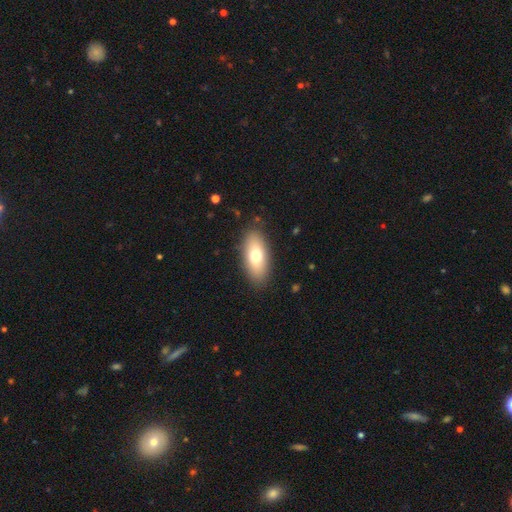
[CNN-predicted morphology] A smooth galaxy with no disk features (71%) that is in between round and cigar-shaped (83%). Merging: none (86%).